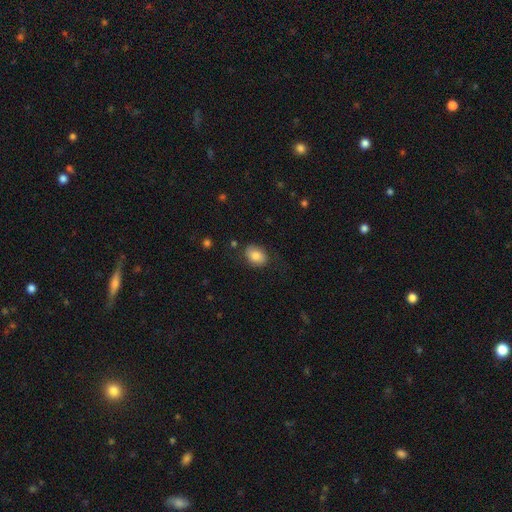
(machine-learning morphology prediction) smooth-or-featured: smooth: 84% | featured or disk: 8% | star or artifact: 8%
  how-rounded: in between: 79% | round: 20% | cigar-shaped: 1%
  merging: none: 77% | minor disturbance: 17% | major disturbance: 5% | merger: 2%